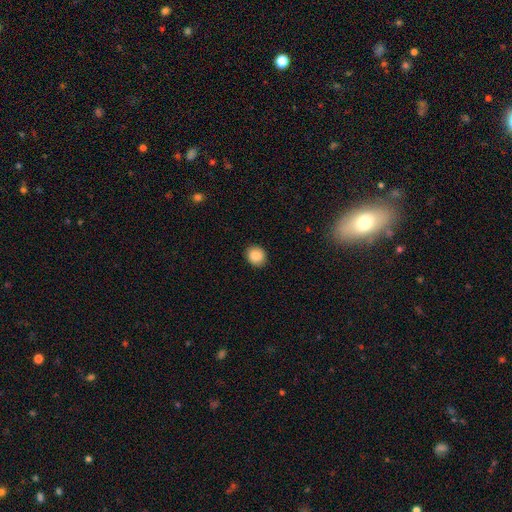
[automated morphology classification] This appears to be a smooth galaxy with no disk features (88%) that is round (75%). Merging: none (89%).